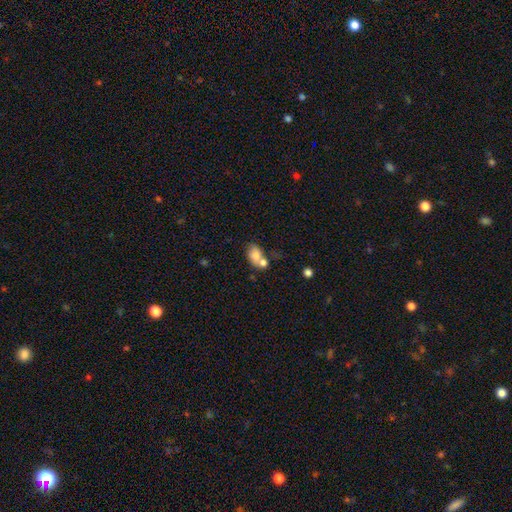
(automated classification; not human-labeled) Q: Smooth or featured?
A: smooth (73%); runner-up: featured or disk (18%)
Q: How rounded?
A: in between (79%); runner-up: round (19%)
Q: Merging?
A: merger (48%); runner-up: none (30%)